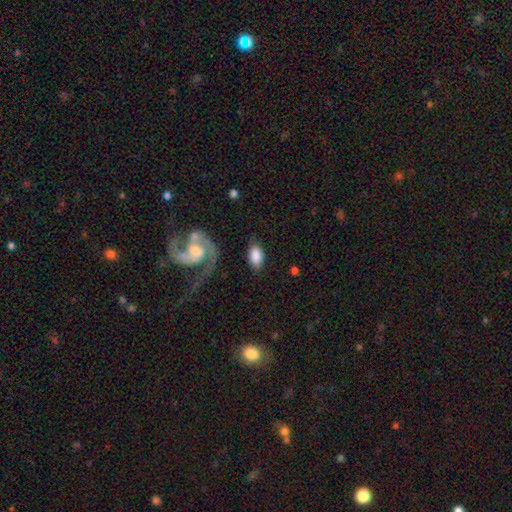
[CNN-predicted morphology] This is likely a smooth galaxy (78%). How rounded: clearly in between (93%). Merging: likely none (72%).